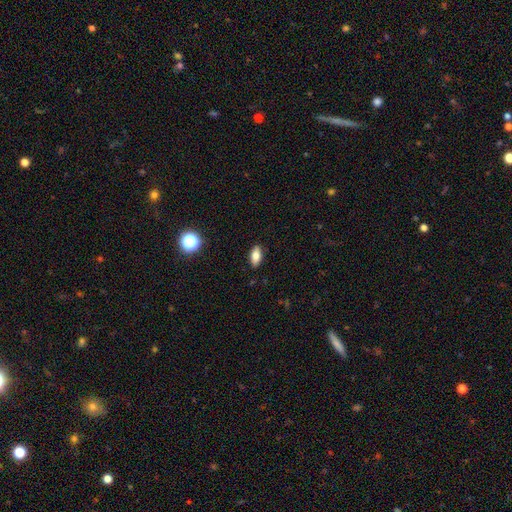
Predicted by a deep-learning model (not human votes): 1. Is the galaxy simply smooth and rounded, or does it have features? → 76% smooth, 14% featured or disk, 9% star or artifact.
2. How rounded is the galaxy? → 85% in between, 11% cigar-shaped, 4% round.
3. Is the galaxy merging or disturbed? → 88% none, 9% minor disturbance, 2% major disturbance, 1% merger.